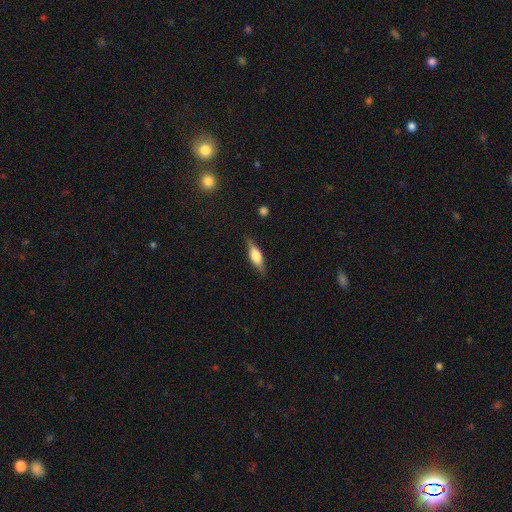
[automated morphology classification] smooth 47%, featured or disk 46%, star or artifact 7%. Down the decision tree: merging — none (82%).